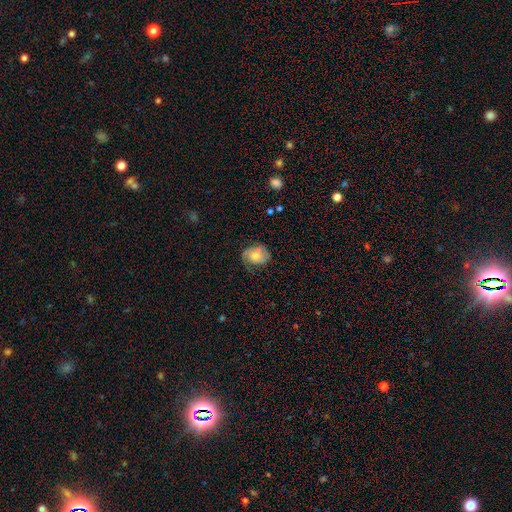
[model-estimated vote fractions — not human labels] A featured or disk galaxy (50%). Merging: none (60%).